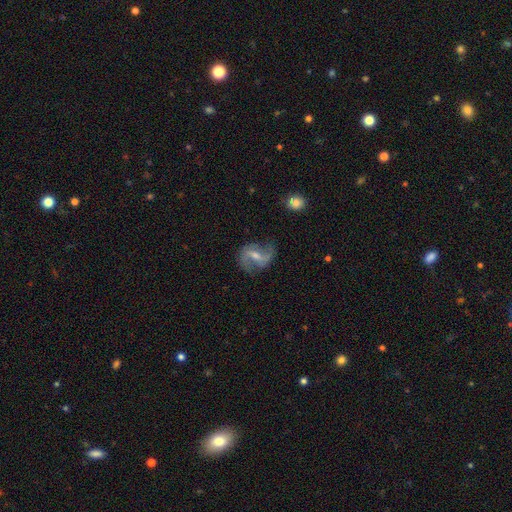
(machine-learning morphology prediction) type=featured or disk (84%); edge-on=no (97%); bar=weak (47%); spiral arms=yes (94%); winding=loose (51%); arm count=2 (90%); bulge=moderate (47%, tied with small); merging=none (74%).